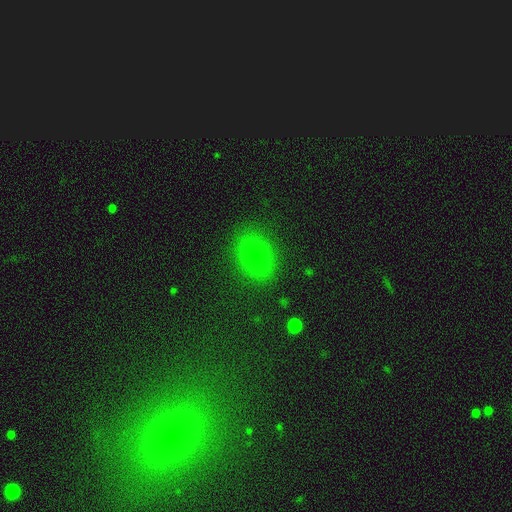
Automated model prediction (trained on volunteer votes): Smooth or featured? smooth (72%)
How rounded? in between (67%)
Merging? none (83%)